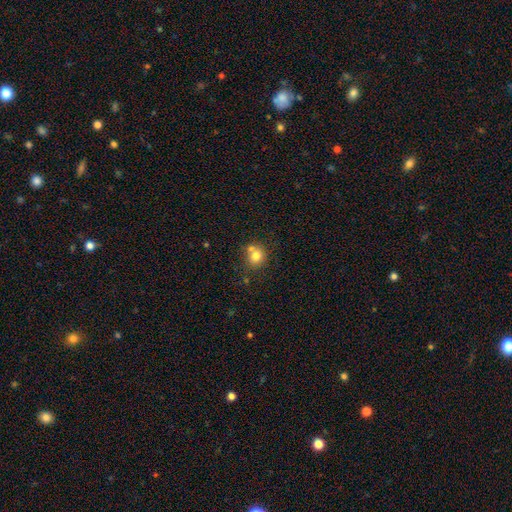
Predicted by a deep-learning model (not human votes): Q: Smooth or featured?
A: smooth (77%); runner-up: star or artifact (12%)
Q: How rounded?
A: round (82%); runner-up: in between (18%)
Q: Merging?
A: none (57%); runner-up: merger (29%)